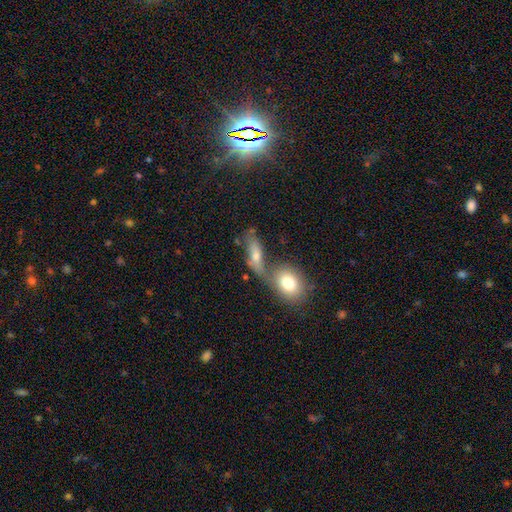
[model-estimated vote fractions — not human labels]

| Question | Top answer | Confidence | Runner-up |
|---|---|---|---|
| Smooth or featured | smooth | 66% | featured or disk (23%) |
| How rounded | in between | 72% | cigar-shaped (18%) |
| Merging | merger | 47% | none (34%) |